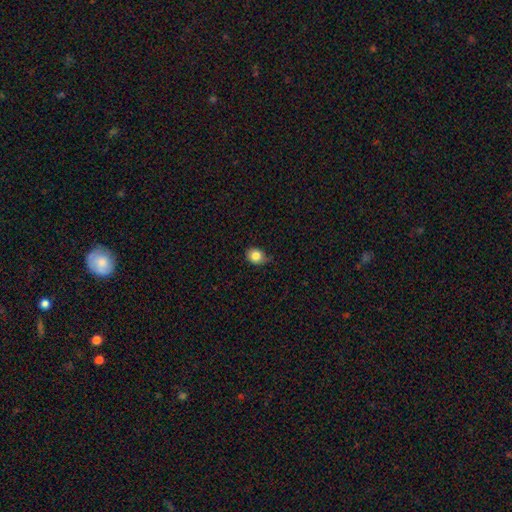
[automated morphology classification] Q: Smooth or featured?
A: smooth (83%); runner-up: star or artifact (10%)
Q: How rounded?
A: round (59%); runner-up: in between (40%)
Q: Merging?
A: none (65%); runner-up: minor disturbance (29%)